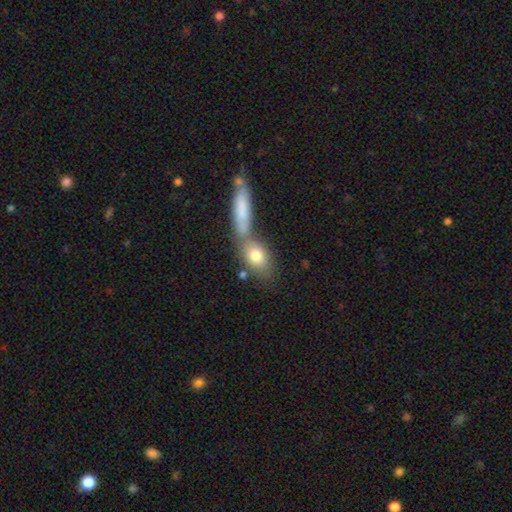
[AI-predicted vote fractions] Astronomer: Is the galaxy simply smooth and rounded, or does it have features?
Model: smooth — 77%.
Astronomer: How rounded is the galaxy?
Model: in between — 73%.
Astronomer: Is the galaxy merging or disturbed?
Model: none — 47% (runner-up: merger, 38%).